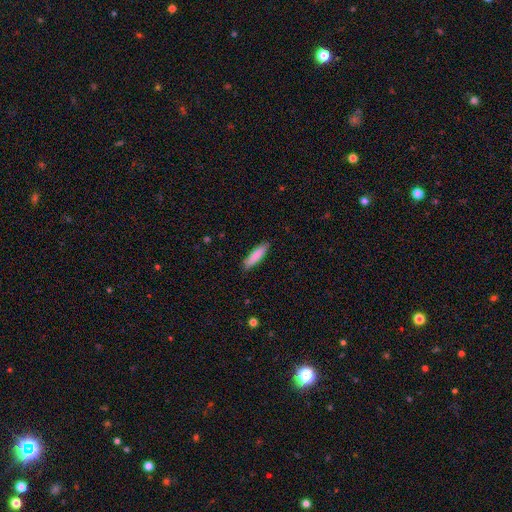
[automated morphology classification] smooth 84%, featured or disk 11%, star or artifact 5%. Down the decision tree: how rounded — cigar-shaped (78%); merging — none (89%).